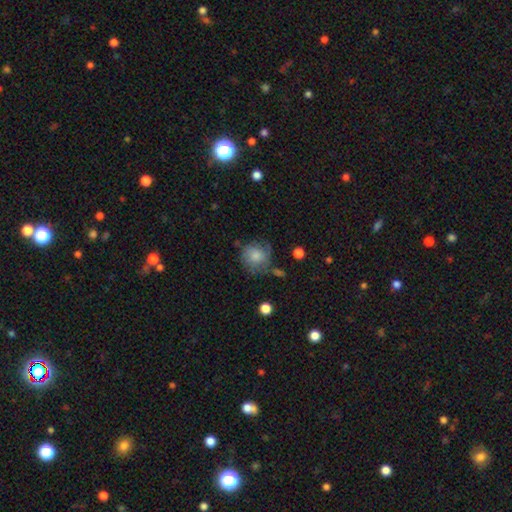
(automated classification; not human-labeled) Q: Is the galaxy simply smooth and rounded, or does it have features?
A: smooth — 71%.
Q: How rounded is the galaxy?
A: round — 84%.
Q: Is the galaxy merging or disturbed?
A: none — 53%.